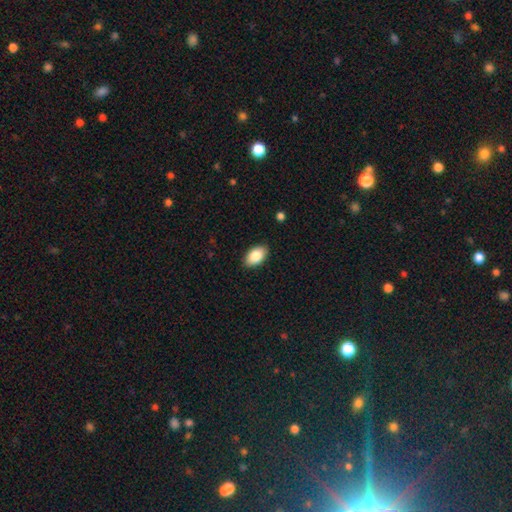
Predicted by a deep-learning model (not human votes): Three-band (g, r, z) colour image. It shows a smooth galaxy with no disk features (85%) that is in between round and cigar-shaped (93%). Merging: none (88%).